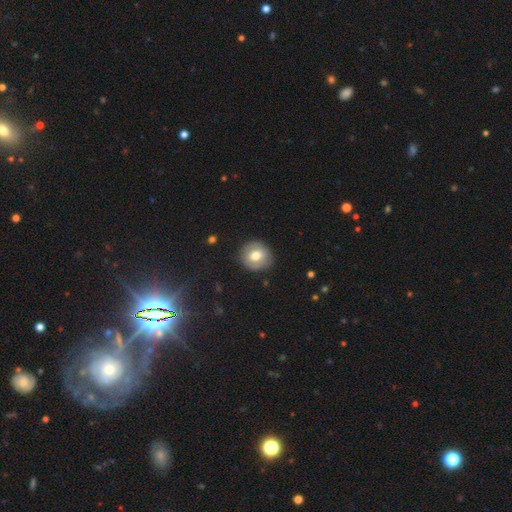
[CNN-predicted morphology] This is likely a smooth galaxy (66%). How rounded: clearly round (88%). Merging: clearly none (88%).